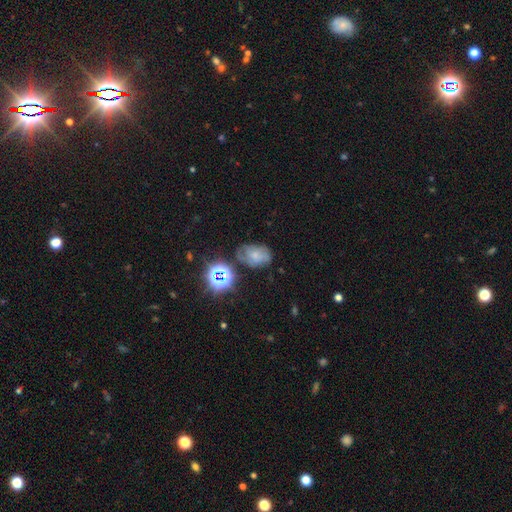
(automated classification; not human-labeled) A smooth galaxy with no disk features (42%).

Vote fractions:
- Smooth or featured? smooth: 42% / featured or disk: 35% / star or artifact: 22%
- Merging? none: 55% / minor disturbance: 27% / major disturbance: 13% / merger: 5%